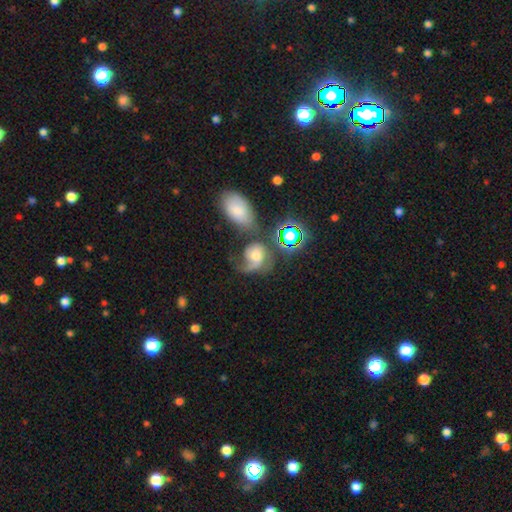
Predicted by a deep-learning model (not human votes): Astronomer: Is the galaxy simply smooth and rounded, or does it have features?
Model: featured or disk — 54% (runner-up: smooth, 30%).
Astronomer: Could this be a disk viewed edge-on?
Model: no — 97%.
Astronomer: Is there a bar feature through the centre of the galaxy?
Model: no — 62%.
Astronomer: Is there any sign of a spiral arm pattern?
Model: yes — 85%.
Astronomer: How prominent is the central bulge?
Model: moderate — 53%.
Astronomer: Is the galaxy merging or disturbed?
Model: major disturbance — 30% (runner-up: none, 29%).